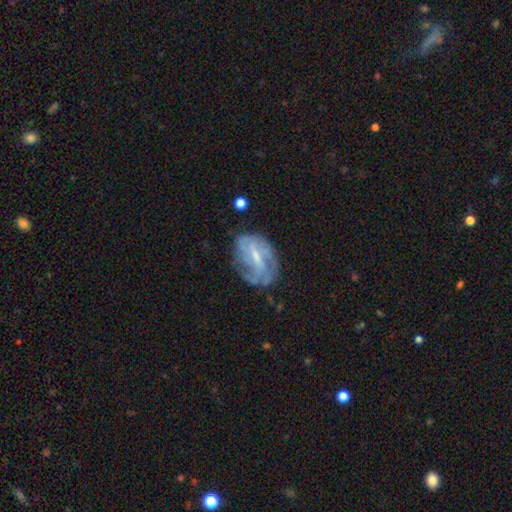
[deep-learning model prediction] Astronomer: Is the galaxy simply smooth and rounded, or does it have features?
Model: featured or disk — 73%.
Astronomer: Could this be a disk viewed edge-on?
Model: no — 96%.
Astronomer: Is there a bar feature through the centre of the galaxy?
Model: weak — 49% (runner-up: strong, 29%).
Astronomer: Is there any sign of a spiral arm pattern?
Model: yes — 77%.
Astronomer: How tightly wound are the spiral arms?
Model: tight — 47% (runner-up: medium, 35%).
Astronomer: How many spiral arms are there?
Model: can't tell — 45% (runner-up: 2, 25%).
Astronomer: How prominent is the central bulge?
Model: small — 56%.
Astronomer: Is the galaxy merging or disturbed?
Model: none — 57%.